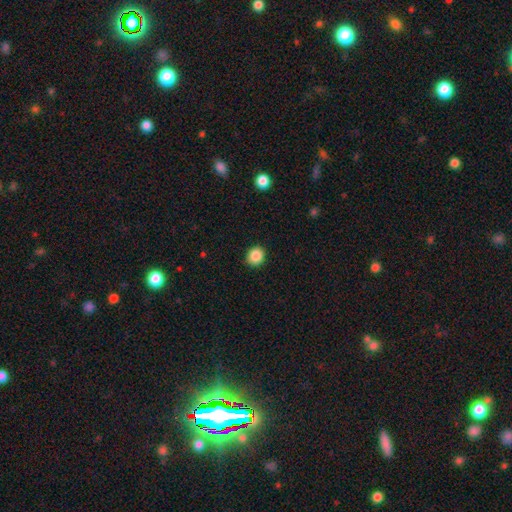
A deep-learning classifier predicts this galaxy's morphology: This appears to be a smooth galaxy with no disk features (87%) that is round (78%). Merging: none (90%).